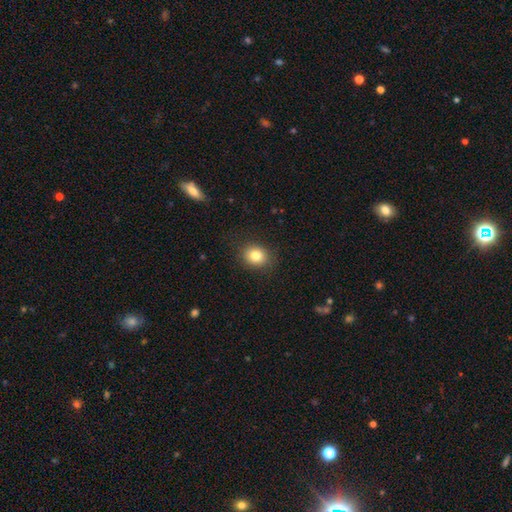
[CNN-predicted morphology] Smooth or featured? Predicted: smooth (p=0.82). How rounded? Predicted: round (p=0.61). Merging? Predicted: none (p=0.87).